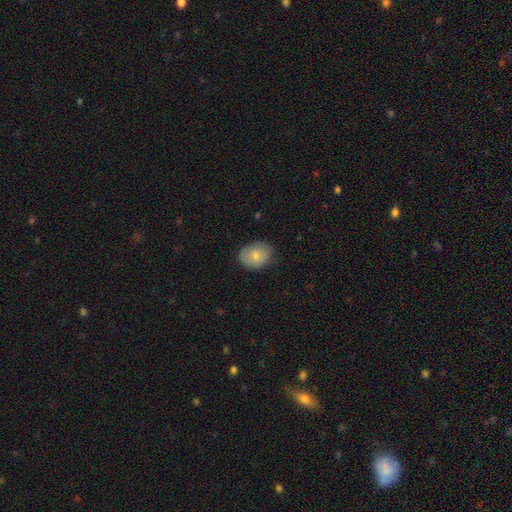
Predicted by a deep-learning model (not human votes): smooth_or_featured: smooth (p=0.79) [alt: featured or disk p=0.14]
how_rounded: in between (p=0.59) [alt: round p=0.40]
merging: none (p=0.79) [alt: minor disturbance p=0.17]